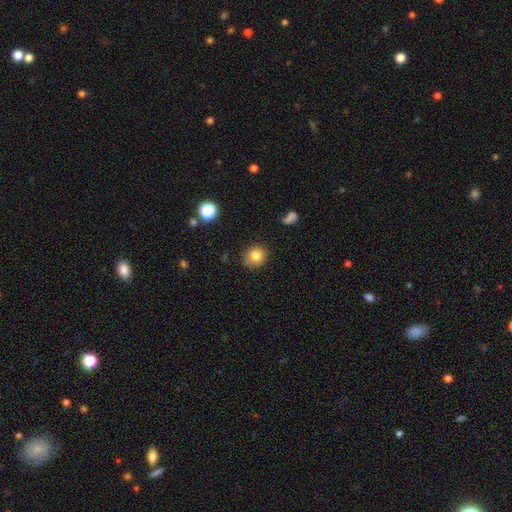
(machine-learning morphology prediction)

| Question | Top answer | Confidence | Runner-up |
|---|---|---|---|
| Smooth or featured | smooth | 82% | star or artifact (11%) |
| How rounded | round | 81% | in between (18%) |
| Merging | none | 84% | minor disturbance (12%) |